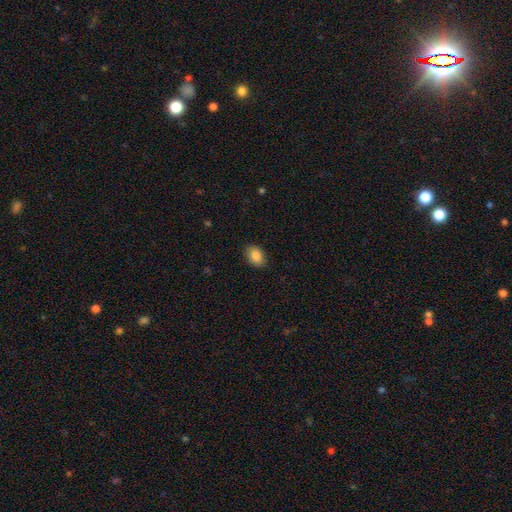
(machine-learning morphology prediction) type=smooth (87%); roundness=in between (81%); merging=none (88%).